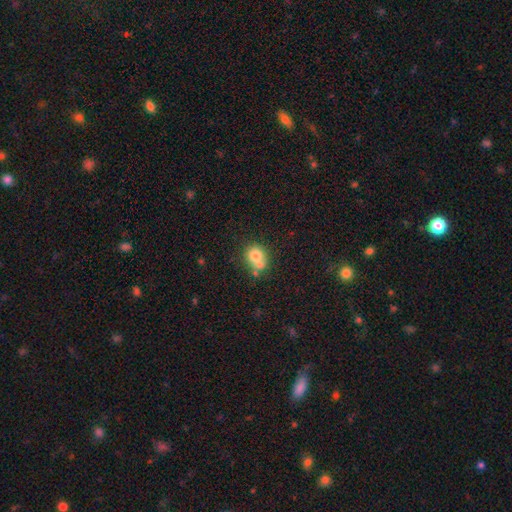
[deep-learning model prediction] Smooth or featured? smooth (74%)
How rounded? round (71%)
Merging? merger (41%)